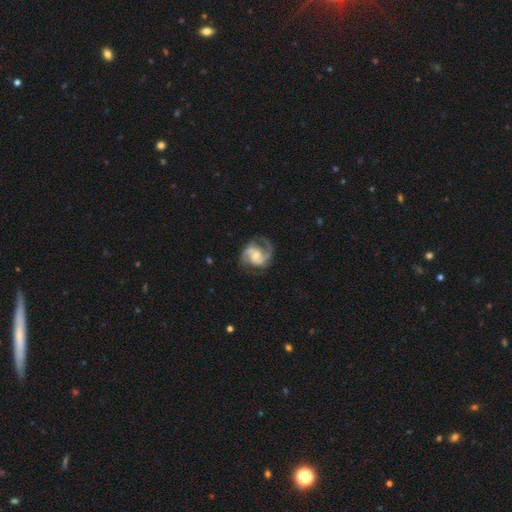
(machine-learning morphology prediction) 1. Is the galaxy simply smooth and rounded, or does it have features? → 84% featured or disk, 10% smooth, 6% star or artifact.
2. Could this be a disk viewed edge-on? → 98% no, 2% yes.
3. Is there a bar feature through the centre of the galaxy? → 50% no, 39% weak, 11% strong.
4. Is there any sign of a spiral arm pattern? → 96% yes, 4% no.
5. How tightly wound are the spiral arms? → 53% medium, 24% tight, 22% loose.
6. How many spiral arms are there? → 83% 2, 5% can't tell, 5% 3, 4% 1, 1% 4, 1% more than 4.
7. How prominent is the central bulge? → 41% moderate, 40% small, 9% large, 9% none, 2% dominant.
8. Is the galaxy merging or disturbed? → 69% none, 18% minor disturbance, 12% major disturbance, 1% merger.